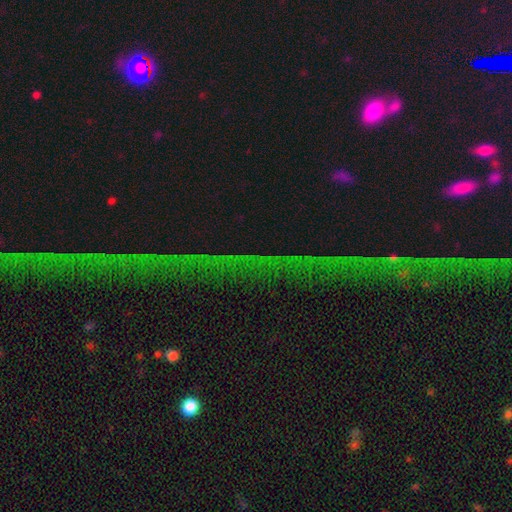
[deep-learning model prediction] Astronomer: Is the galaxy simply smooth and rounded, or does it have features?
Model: star or artifact — 77%.